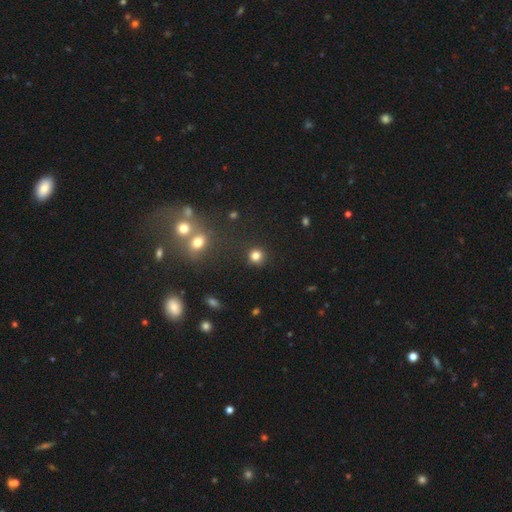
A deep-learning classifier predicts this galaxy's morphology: Smooth or featured? smooth (80%)
How rounded? round (91%)
Merging? none (87%)